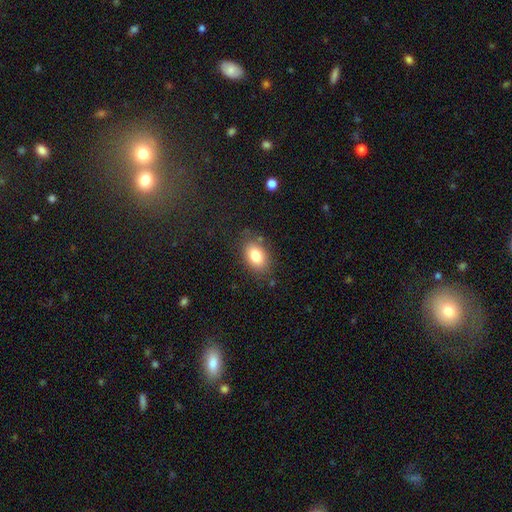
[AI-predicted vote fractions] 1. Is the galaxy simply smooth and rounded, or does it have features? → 82% smooth, 10% featured or disk, 8% star or artifact.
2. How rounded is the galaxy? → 86% in between, 13% round, 1% cigar-shaped.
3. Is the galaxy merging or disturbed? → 79% none, 14% minor disturbance, 4% major disturbance, 2% merger.